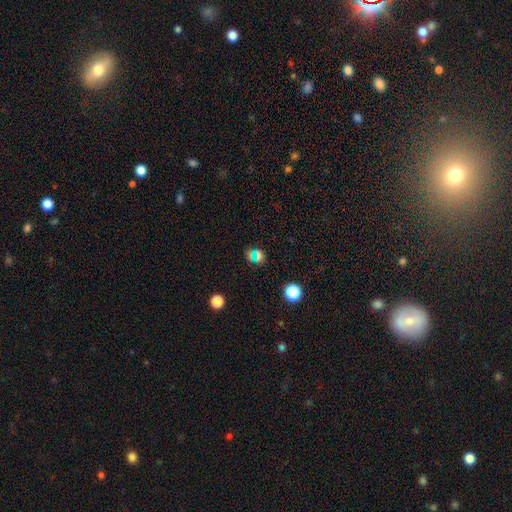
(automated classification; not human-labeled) A smooth galaxy with no disk features (50%). Merging: none (70%).